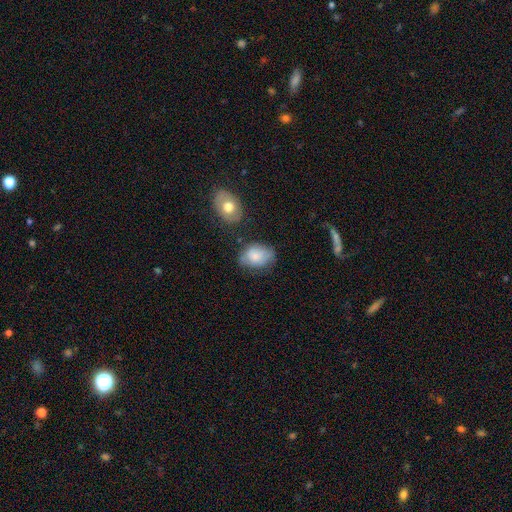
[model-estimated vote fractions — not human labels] A smooth galaxy with no disk features (76%) that is in between round and cigar-shaped (79%).

Vote fractions:
- Smooth or featured? smooth: 76% / featured or disk: 16% / star or artifact: 8%
- How rounded? in between: 79% / round: 20% / cigar-shaped: 1%
- Merging? none: 55% / minor disturbance: 30% / major disturbance: 9% / merger: 6%